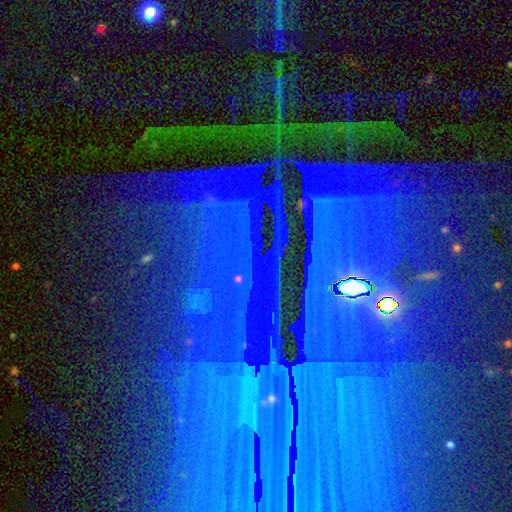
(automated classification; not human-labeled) Smooth or featured? star or artifact (85%)